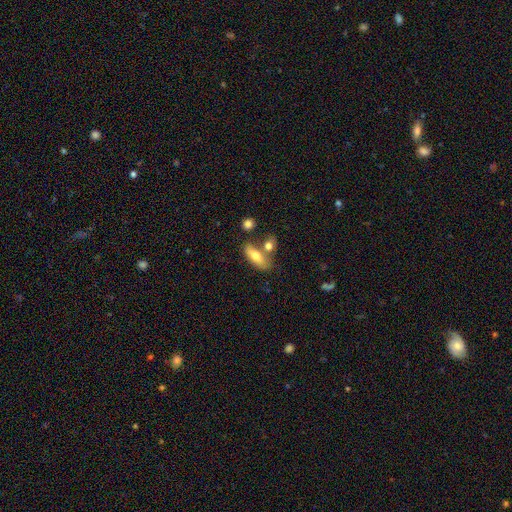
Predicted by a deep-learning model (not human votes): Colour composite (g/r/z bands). It shows a smooth galaxy with no disk features (69%) that is in between round and cigar-shaped (72%). Merging: none (57%).